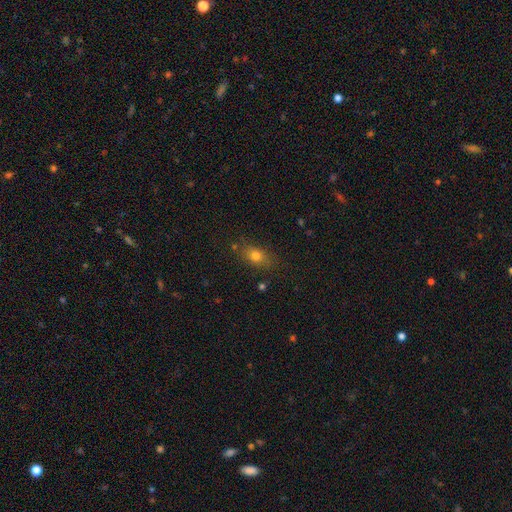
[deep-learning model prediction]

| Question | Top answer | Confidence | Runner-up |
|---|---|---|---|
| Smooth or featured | smooth | 74% | star or artifact (13%) |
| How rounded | in between | 71% | round (22%) |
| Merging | none | 78% | minor disturbance (15%) |